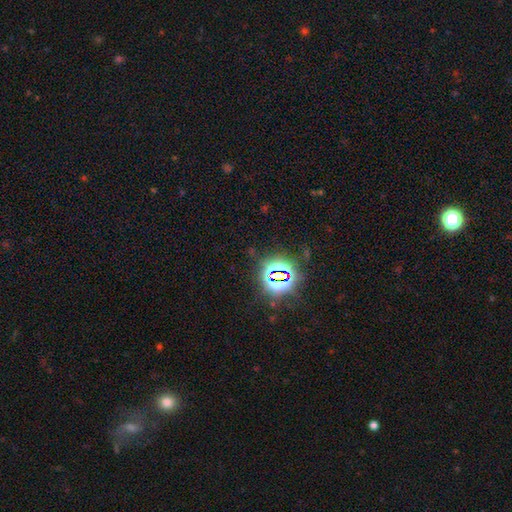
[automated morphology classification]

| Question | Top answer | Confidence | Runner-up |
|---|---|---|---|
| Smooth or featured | star or artifact | 79% | smooth (13%) |